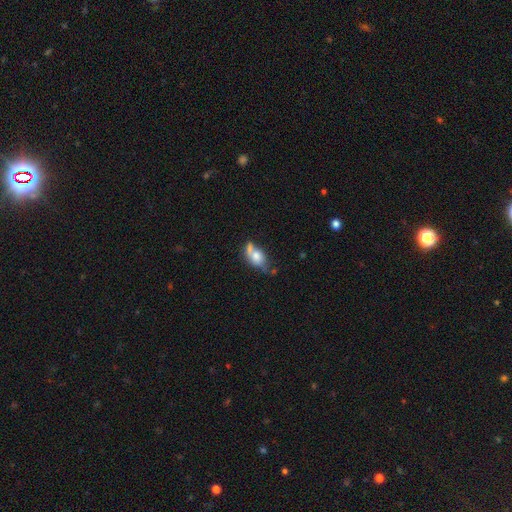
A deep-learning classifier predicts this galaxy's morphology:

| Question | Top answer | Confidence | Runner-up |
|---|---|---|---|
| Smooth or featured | smooth | 67% | featured or disk (24%) |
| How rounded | in between | 79% | round (15%) |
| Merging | none | 34% | tied: merger (34%) |